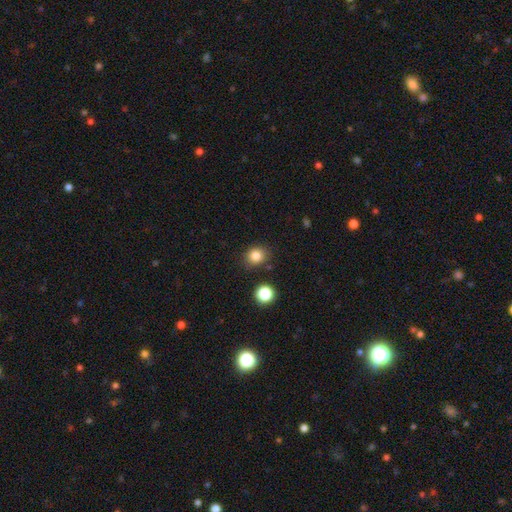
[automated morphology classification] Q: Smooth or featured?
A: smooth (82%); runner-up: star or artifact (12%)
Q: How rounded?
A: round (72%); runner-up: in between (27%)
Q: Merging?
A: none (83%); runner-up: minor disturbance (10%)